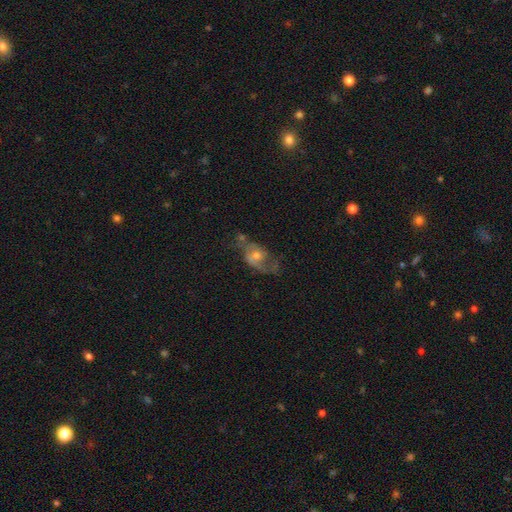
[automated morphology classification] type=featured or disk (66%); edge-on=no (94%); bar=no (66%); spiral arms=yes (78%); bulge=moderate (58%); merging=none (41%).